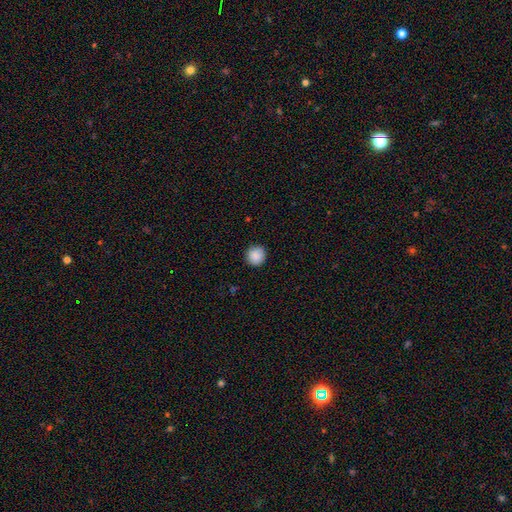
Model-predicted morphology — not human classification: type=smooth (89%); roundness=round (93%); merging=none (91%).